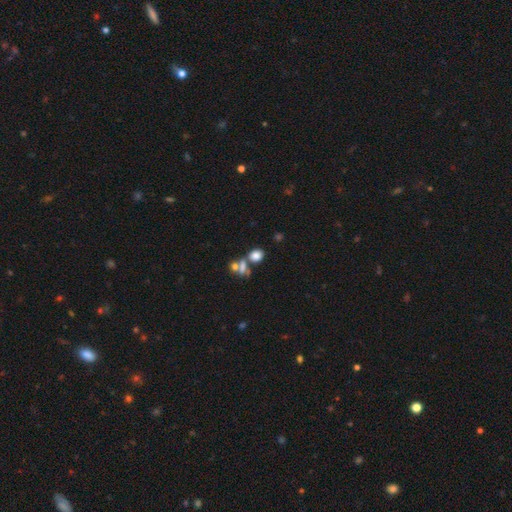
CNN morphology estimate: type=smooth (76%); roundness=in between (52%); merging=none (47%).